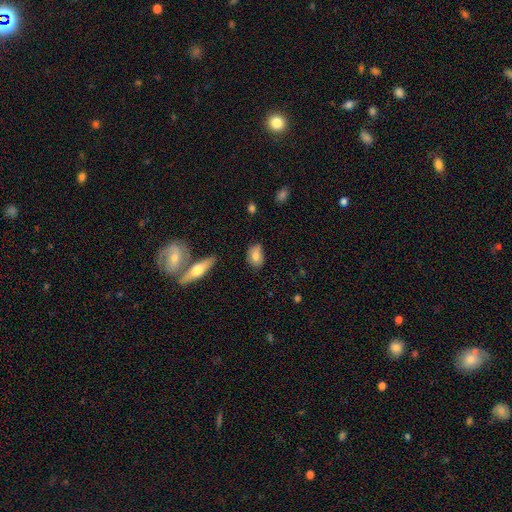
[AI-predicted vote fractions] Smooth or featured?
  - smooth: 75% *
  - featured or disk: 18%
  - star or artifact: 7%
How rounded?
  - in between: 79% *
  - round: 18%
  - cigar-shaped: 3%
Merging?
  - none: 75% *
  - minor disturbance: 19%
  - major disturbance: 4%
  - merger: 3%